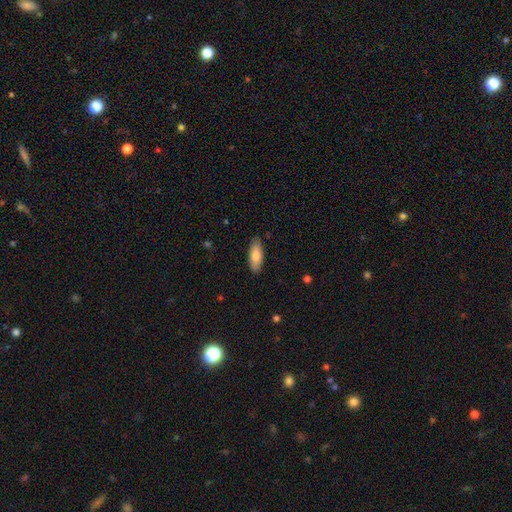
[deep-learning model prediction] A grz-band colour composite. It shows a smooth galaxy with no disk features (83%) that is in between round and cigar-shaped (70%). Merging: none (86%).